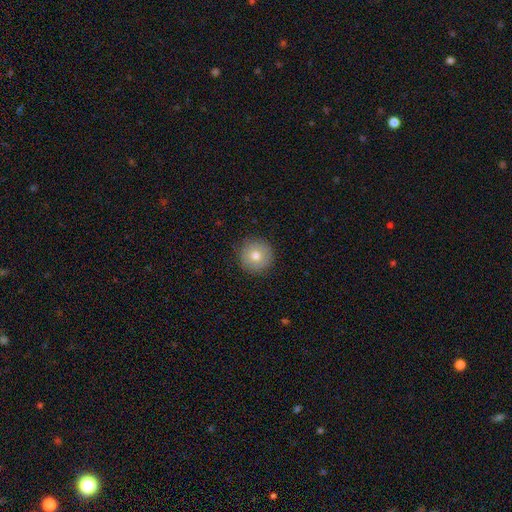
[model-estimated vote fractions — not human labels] The model was most divided on "smooth or featured": smooth: 77%, featured or disk: 13%, star or artifact: 10%. More confident: how rounded — round (96%); merging — none (91%).